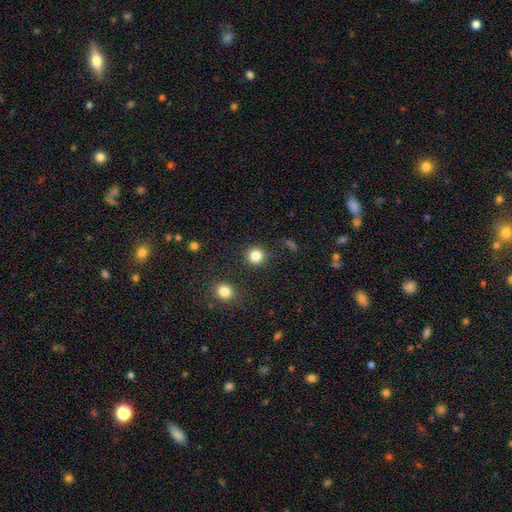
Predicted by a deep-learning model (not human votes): Smooth or featured? Predicted: smooth (p=0.84). How rounded? Predicted: round (p=0.93). Merging? Predicted: none (p=0.89).